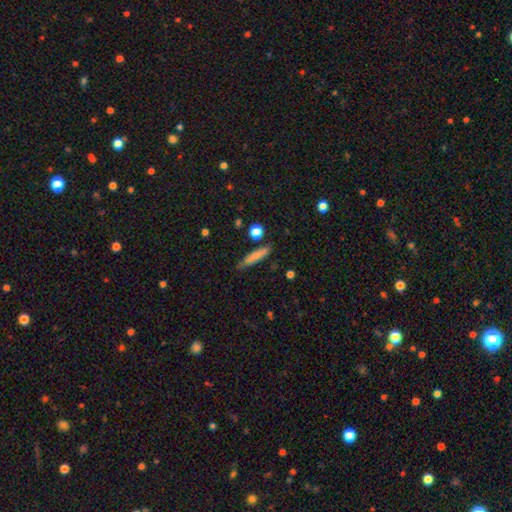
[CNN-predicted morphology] smooth 77%, featured or disk 16%, star or artifact 7%. Down the decision tree: how rounded — cigar-shaped (84%); merging — none (78%).